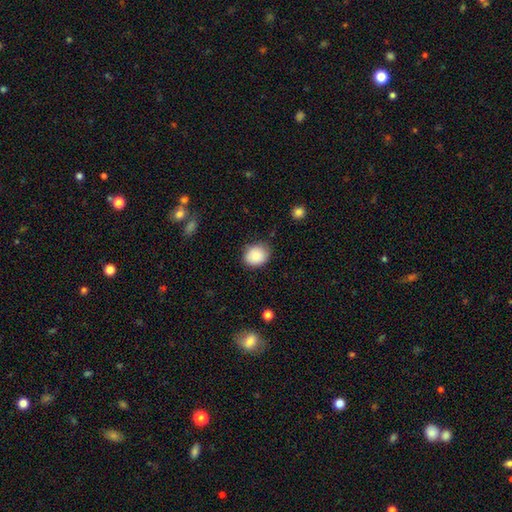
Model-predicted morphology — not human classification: A smooth galaxy with no disk features (85%) that is round (60%).

Vote fractions:
- Smooth or featured? smooth: 85% / star or artifact: 8% / featured or disk: 7%
- How rounded? round: 60% / in between: 39% / cigar-shaped: 1%
- Merging? none: 79% / minor disturbance: 17% / major disturbance: 3% / merger: 1%